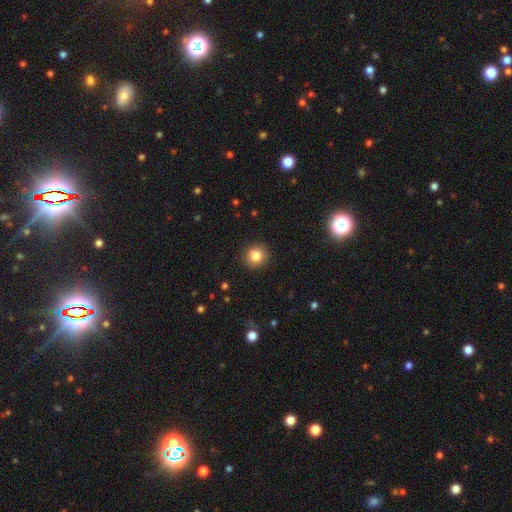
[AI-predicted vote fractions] Smooth or featured?
  - smooth: 84% *
  - star or artifact: 11%
  - featured or disk: 5%
How rounded?
  - round: 92% *
  - in between: 7%
  - cigar-shaped: 1%
Merging?
  - none: 91% *
  - minor disturbance: 6%
  - major disturbance: 2%
  - merger: 1%